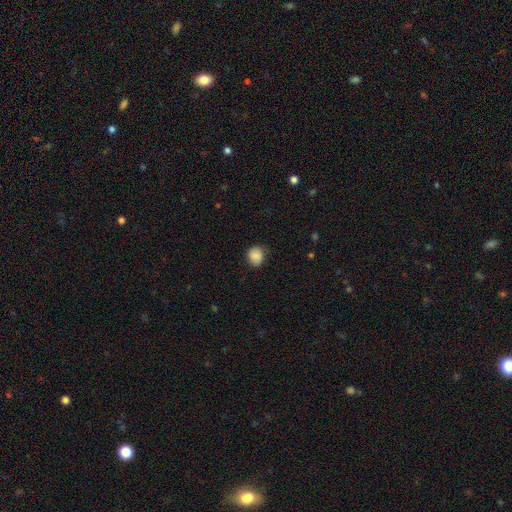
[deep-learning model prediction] This is clearly a smooth galaxy (86%). How rounded: likely round (74%). Merging: likely none (78%).